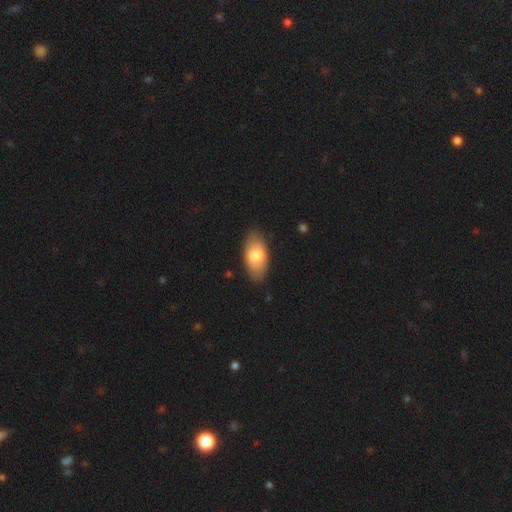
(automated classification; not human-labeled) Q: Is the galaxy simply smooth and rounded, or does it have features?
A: smooth — 78%.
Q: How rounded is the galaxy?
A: in between — 93%.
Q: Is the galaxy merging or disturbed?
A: none — 85%.